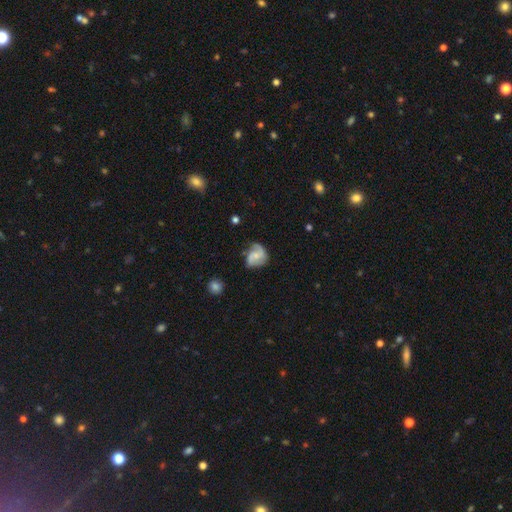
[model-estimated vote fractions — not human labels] A featured or disk galaxy (59%) with no bar (55%), 2 (71%) medium (43%) spiral arms (88%) and a small central bulge (51%). Merging: none (53%).